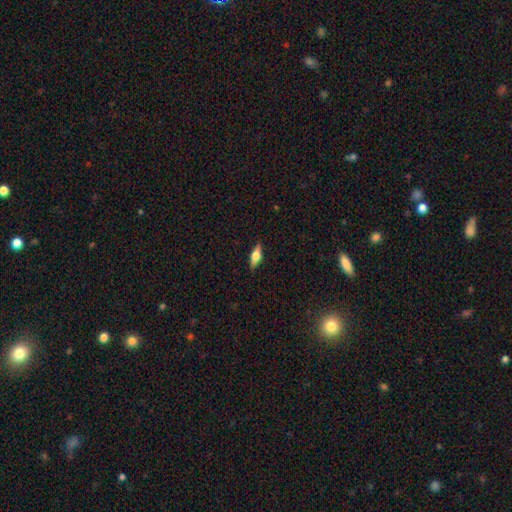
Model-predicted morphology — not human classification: smooth_or_featured: featured or disk (p=0.54) [alt: smooth p=0.39]
disk_edge_on: yes (p=0.94) [alt: no p=0.06]
edge_on_bulge: rounded (p=0.92) [alt: boxy p=0.06]
merging: none (p=0.88) [alt: minor disturbance p=0.09]